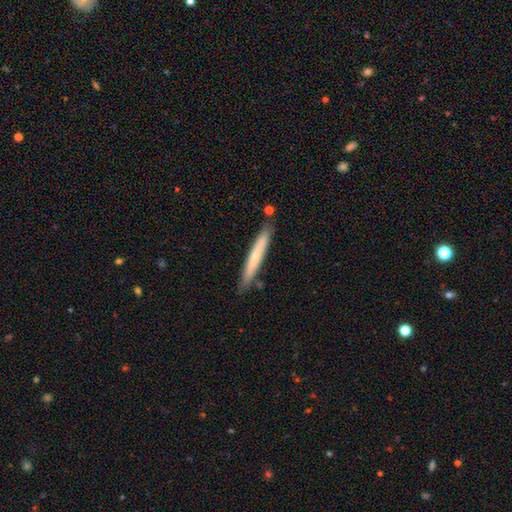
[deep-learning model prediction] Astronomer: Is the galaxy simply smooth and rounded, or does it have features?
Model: smooth — 56% (runner-up: featured or disk, 38%).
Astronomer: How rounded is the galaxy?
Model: cigar-shaped — 96%.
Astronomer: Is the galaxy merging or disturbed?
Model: none — 84%.